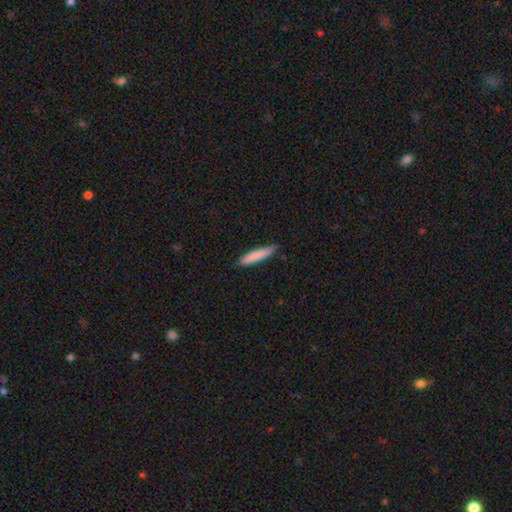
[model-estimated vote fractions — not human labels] Morphology: type=smooth (83%); roundness=cigar-shaped (87%); merging=none (82%).